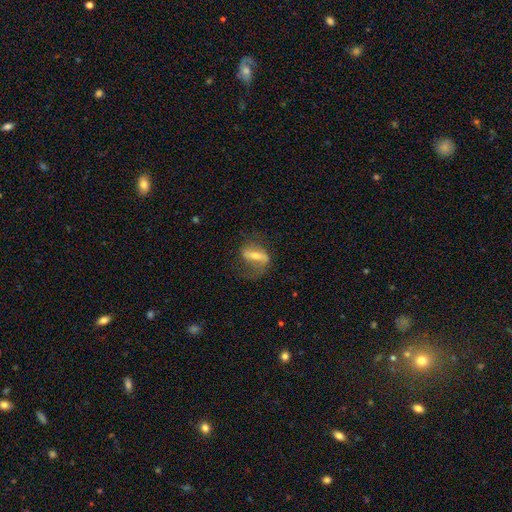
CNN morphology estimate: A featured or disk galaxy (66%) with a strong bar (64%), spiral arms (71%) and a moderate central bulge (56%). Merging: none (54%).